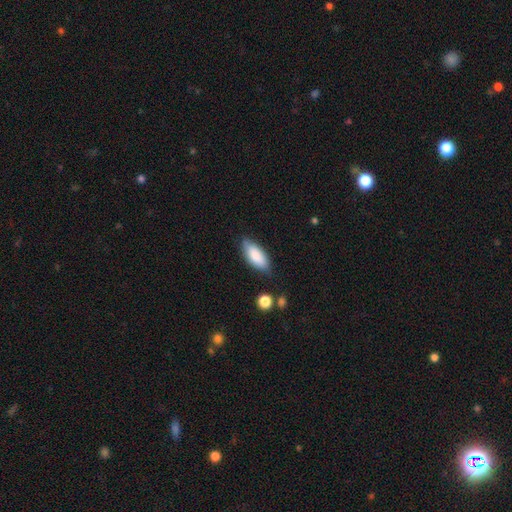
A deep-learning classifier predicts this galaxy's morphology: A smooth galaxy with no disk features (85%) that is in between round and cigar-shaped (83%). Merging: none (78%).